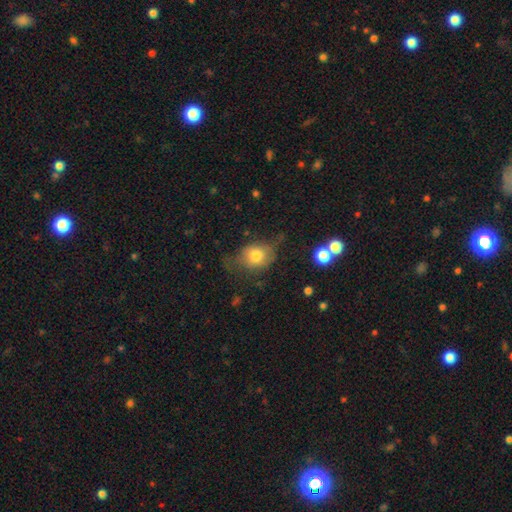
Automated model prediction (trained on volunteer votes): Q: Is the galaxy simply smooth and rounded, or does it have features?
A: smooth — 72%.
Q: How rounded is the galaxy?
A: in between — 50%.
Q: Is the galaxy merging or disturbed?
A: none — 48%.